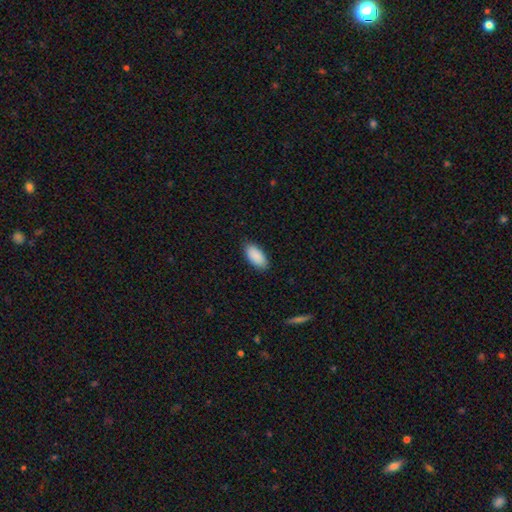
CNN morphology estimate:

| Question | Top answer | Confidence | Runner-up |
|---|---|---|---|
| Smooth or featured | smooth | 91% | star or artifact (6%) |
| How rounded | in between | 93% | cigar-shaped (5%) |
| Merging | none | 87% | minor disturbance (10%) |